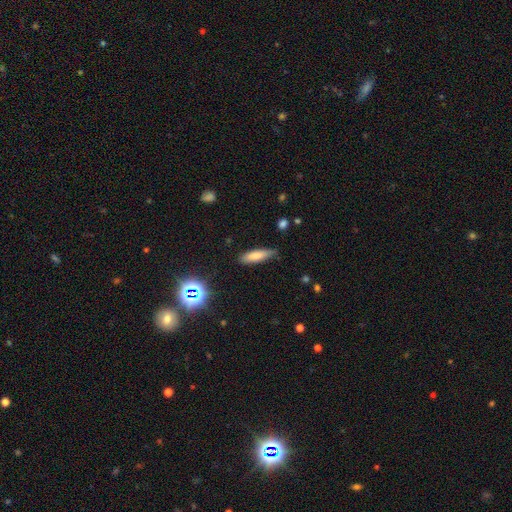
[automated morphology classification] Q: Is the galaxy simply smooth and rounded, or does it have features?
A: smooth — 76%.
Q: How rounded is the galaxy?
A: cigar-shaped — 61%.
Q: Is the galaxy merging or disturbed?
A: none — 76%.